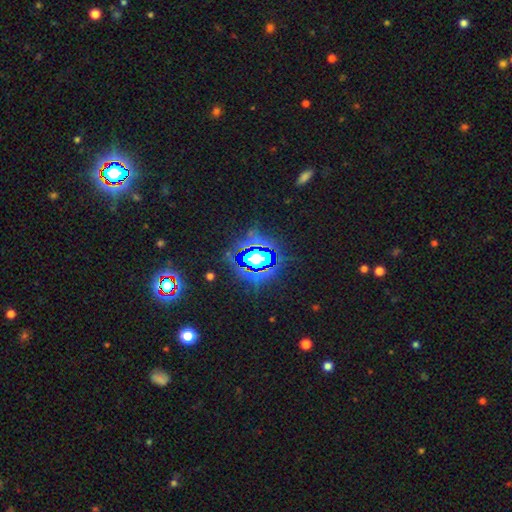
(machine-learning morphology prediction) Smooth or featured: star or artifact — 84% (smooth — 9%)